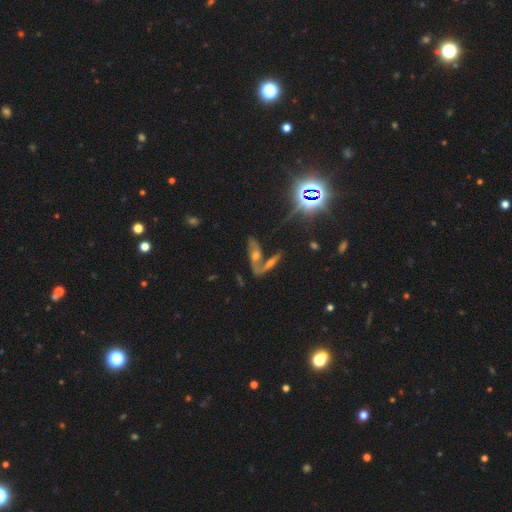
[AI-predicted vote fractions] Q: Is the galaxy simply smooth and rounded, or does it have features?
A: featured or disk — 56%.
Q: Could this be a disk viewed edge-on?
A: no — 65%.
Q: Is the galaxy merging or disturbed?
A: merger — 45%.